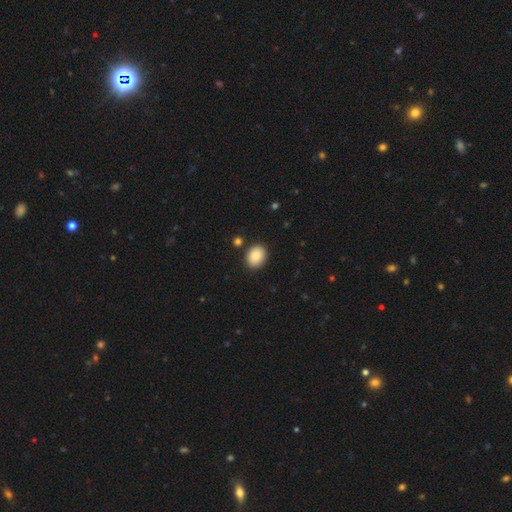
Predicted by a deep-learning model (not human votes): Smooth or featured? smooth (87%)
How rounded? in between (59%)
Merging? none (88%)